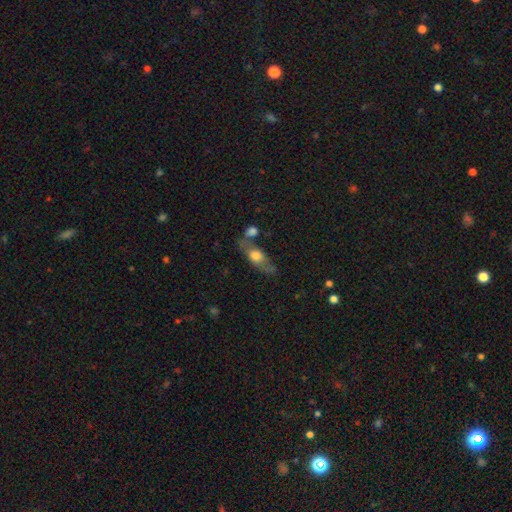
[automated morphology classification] A smooth galaxy with no disk features (53%) that is in between round and cigar-shaped (64%).

Vote fractions:
- Smooth or featured? smooth: 53% / featured or disk: 40% / star or artifact: 7%
- How rounded? in between: 64% / cigar-shaped: 28% / round: 8%
- Merging? none: 56% / minor disturbance: 18% / merger: 17% / major disturbance: 8%